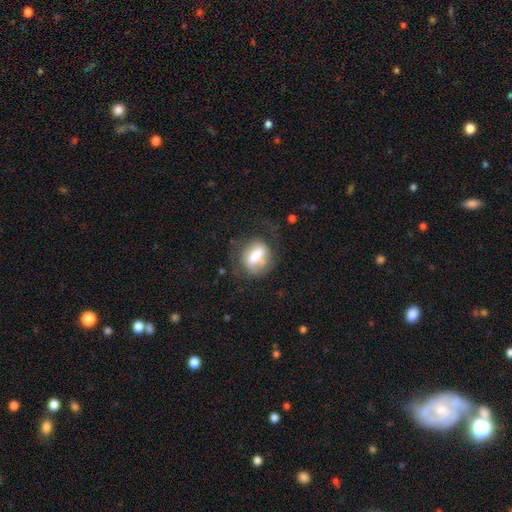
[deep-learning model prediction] Smooth or featured? smooth (51%)
How rounded? in between (62%)
Merging? none (48%)